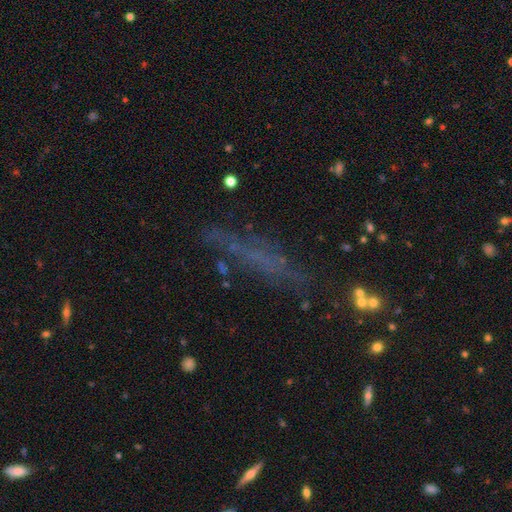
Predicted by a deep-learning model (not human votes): This appears to be a smooth galaxy with no disk features (40%). Merging: none (64%).